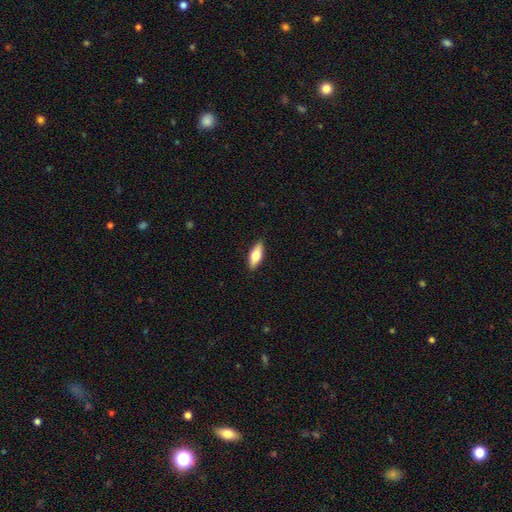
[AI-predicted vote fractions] This is likely a smooth galaxy (70%). How rounded: likely in between (70%). Merging: clearly none (89%).